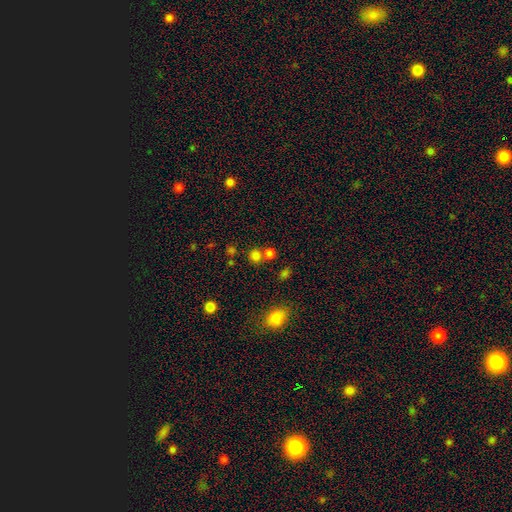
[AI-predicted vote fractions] A smooth galaxy with no disk features (76%) that is round (83%).

Vote fractions:
- Smooth or featured? smooth: 76% / star or artifact: 18% / featured or disk: 6%
- How rounded? round: 83% / in between: 16% / cigar-shaped: 1%
- Merging? none: 62% / merger: 27% / minor disturbance: 8% / major disturbance: 4%